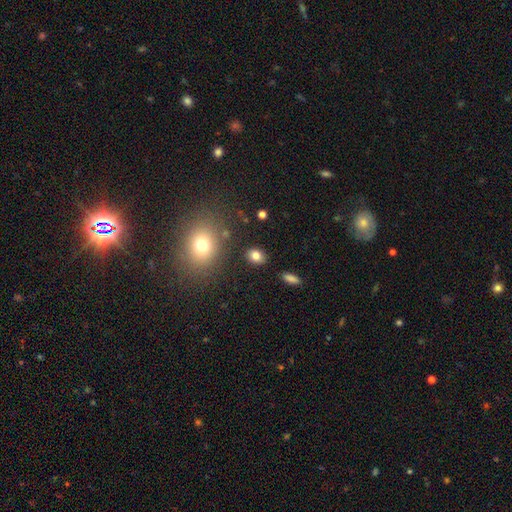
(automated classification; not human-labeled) A smooth galaxy with no disk features (81%) that is in between round and cigar-shaped (62%).

Vote fractions:
- Smooth or featured? smooth: 81% / star or artifact: 11% / featured or disk: 8%
- How rounded? in between: 62% / round: 37% / cigar-shaped: 2%
- Merging? none: 85% / minor disturbance: 9% / merger: 3% / major disturbance: 3%